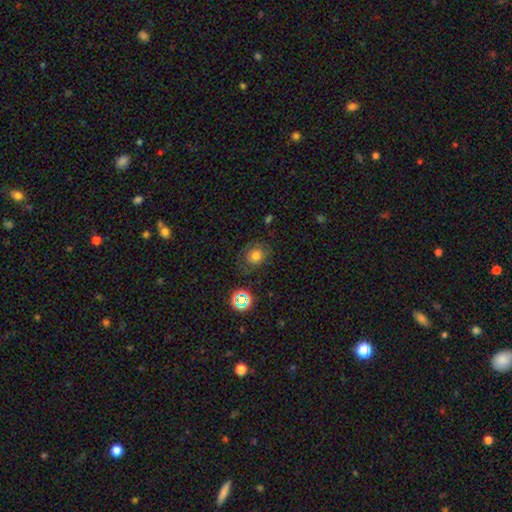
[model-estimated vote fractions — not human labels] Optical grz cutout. It shows a smooth galaxy with no disk features (69%) that is round (72%). Merging: none (74%).